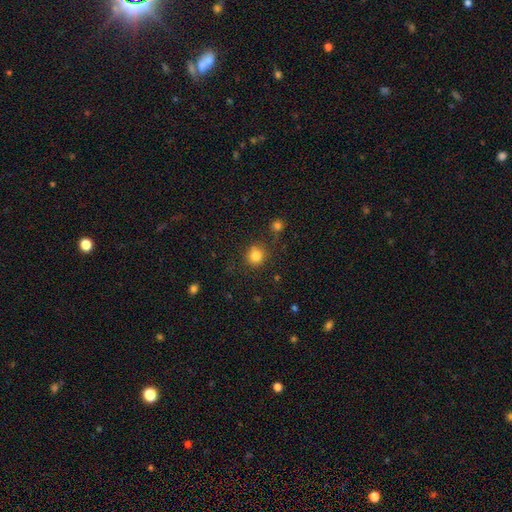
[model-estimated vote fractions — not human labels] The model was most divided on "merging": none: 79%, minor disturbance: 12%, merger: 5%, major disturbance: 4%. More confident: how rounded — round (86%); smooth or featured — smooth (82%).